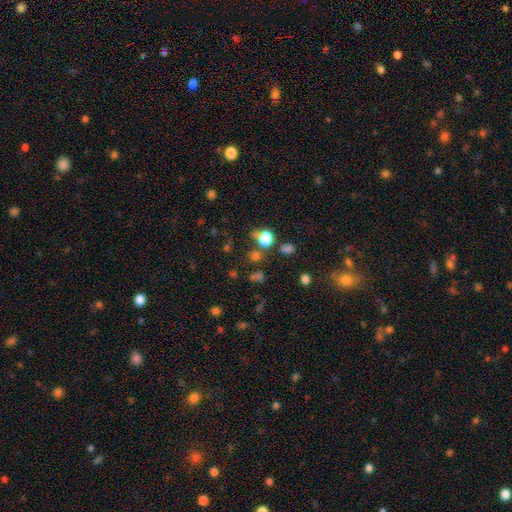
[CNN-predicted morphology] A smooth galaxy with no disk features (59%) that is round (78%).

Vote fractions:
- Smooth or featured? smooth: 59% / star or artifact: 34% / featured or disk: 7%
- How rounded? round: 78% / in between: 20% / cigar-shaped: 1%
- Merging? none: 71% / merger: 13% / minor disturbance: 10% / major disturbance: 6%